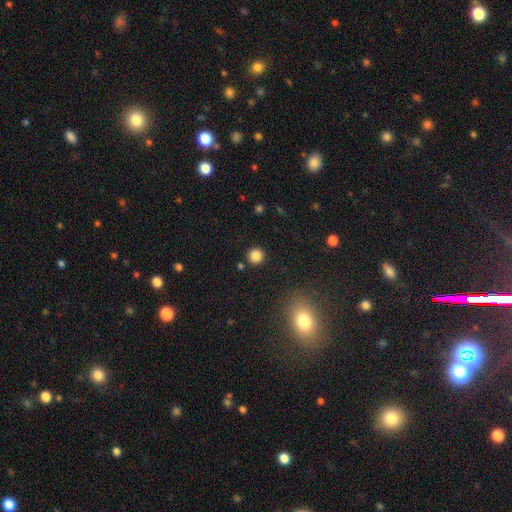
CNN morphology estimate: Smooth or featured: smooth — 84% (star or artifact — 12%)
How rounded: round — 94% (in between — 5%)
Merging: none — 90% (minor disturbance — 5%)